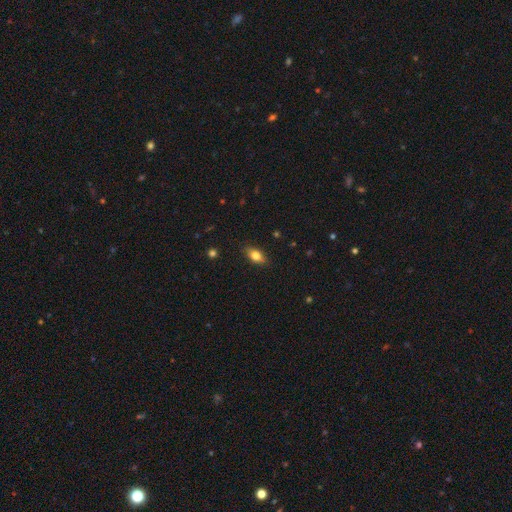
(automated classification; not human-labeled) A smooth galaxy with no disk features (79%) that is in between round and cigar-shaped (85%).

Vote fractions:
- Smooth or featured? smooth: 79% / featured or disk: 13% / star or artifact: 8%
- How rounded? in between: 85% / cigar-shaped: 8% / round: 6%
- Merging? none: 86% / minor disturbance: 11% / major disturbance: 2% / merger: 1%